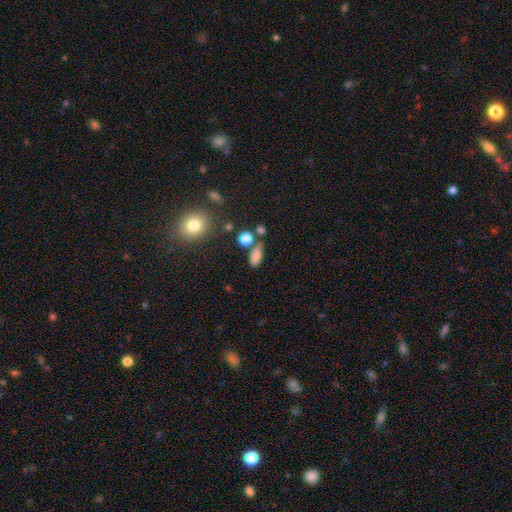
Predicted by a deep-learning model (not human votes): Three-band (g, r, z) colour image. It shows a smooth galaxy with no disk features (81%) that is in between round and cigar-shaped (73%). Merging: none (60%).